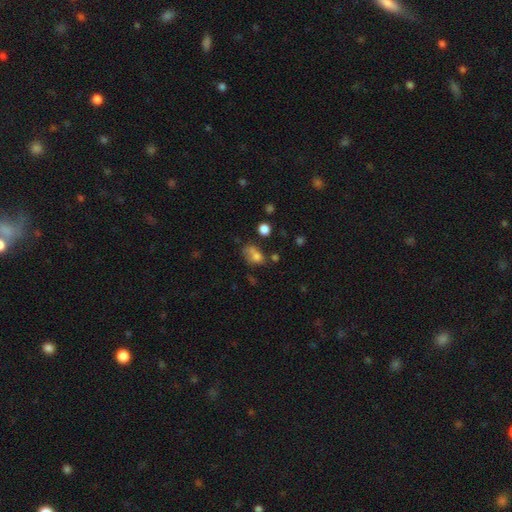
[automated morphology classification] smooth_or_featured: smooth (p=0.69) [alt: featured or disk p=0.17]
how_rounded: in between (p=0.68) [alt: round p=0.29]
merging: none (p=0.33) [alt: merger p=0.24]